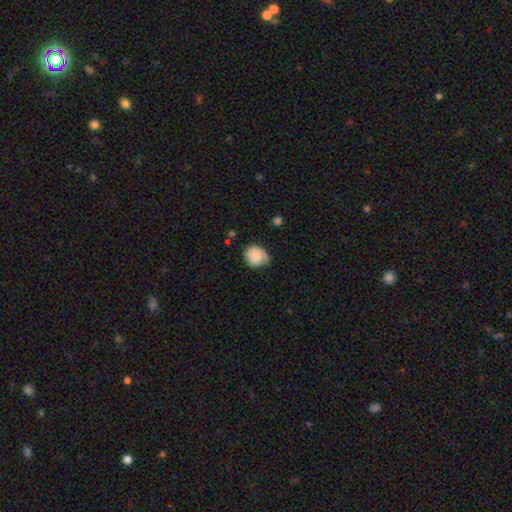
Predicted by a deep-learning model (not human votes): smooth-or-featured: smooth: 77% | featured or disk: 16% | star or artifact: 7%
  how-rounded: round: 66% | in between: 33% | cigar-shaped: 1%
  merging: none: 55% | minor disturbance: 35% | major disturbance: 9% | merger: 2%